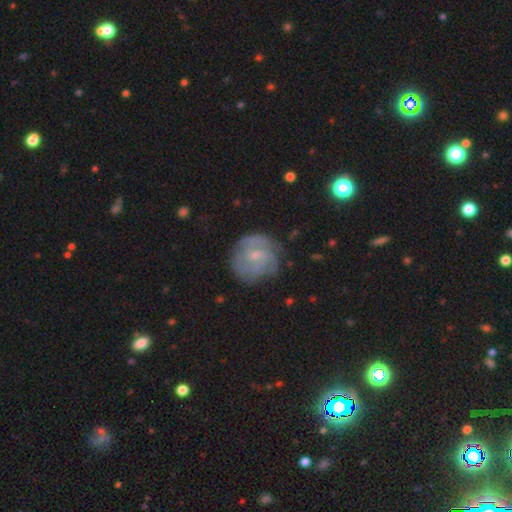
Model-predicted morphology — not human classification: A featured or disk galaxy (72%) with no bar (51%), tight (57%) spiral arms (87%) and a small central bulge (64%). Merging: none (66%).